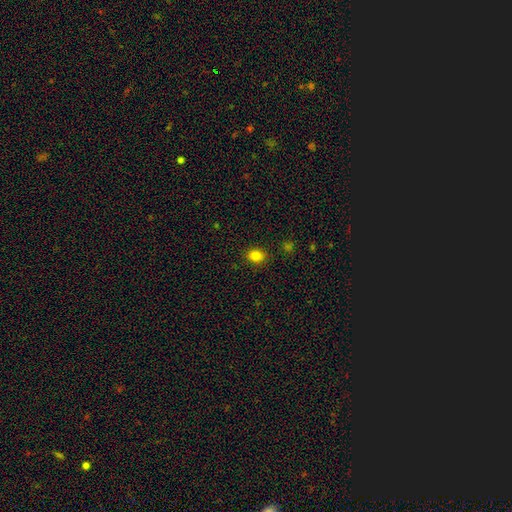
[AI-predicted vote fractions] smooth 83%, star or artifact 12%, featured or disk 5%. Down the decision tree: how rounded — in between (51%); merging — none (88%).